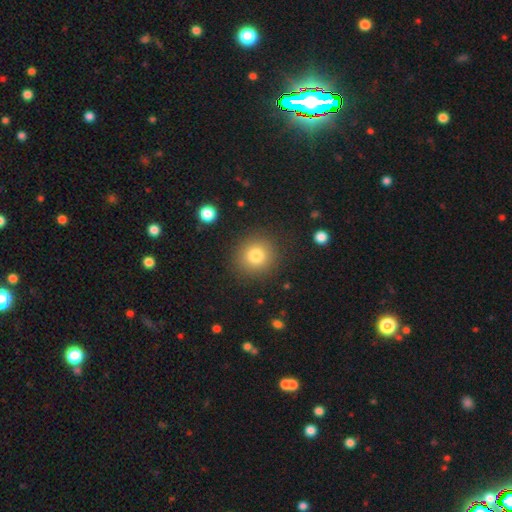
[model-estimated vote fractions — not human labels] Q: Smooth or featured?
A: smooth (80%); runner-up: star or artifact (12%)
Q: How rounded?
A: round (91%); runner-up: in between (8%)
Q: Merging?
A: none (88%); runner-up: minor disturbance (7%)